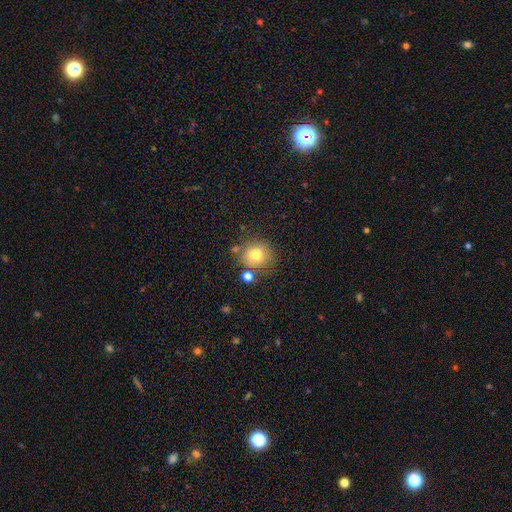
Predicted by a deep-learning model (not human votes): This is likely a smooth galaxy (75%). How rounded: clearly round (86%). Merging: likely none (71%).